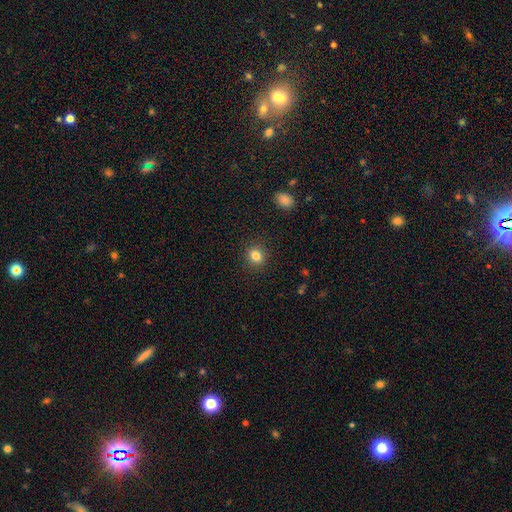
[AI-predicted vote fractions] A smooth galaxy with no disk features (83%) that is round (77%).

Vote fractions:
- Smooth or featured? smooth: 83% / star or artifact: 11% / featured or disk: 6%
- How rounded? round: 77% / in between: 22% / cigar-shaped: 1%
- Merging? none: 90% / minor disturbance: 7% / major disturbance: 2% / merger: 1%